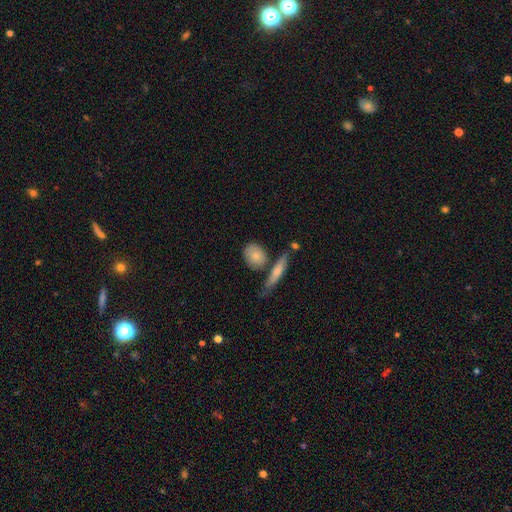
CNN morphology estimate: smooth-or-featured: smooth: 76% | featured or disk: 18% | star or artifact: 6%
  how-rounded: round: 49% | in between: 43% | cigar-shaped: 8%
  merging: none: 64% | minor disturbance: 16% | merger: 15% | major disturbance: 5%